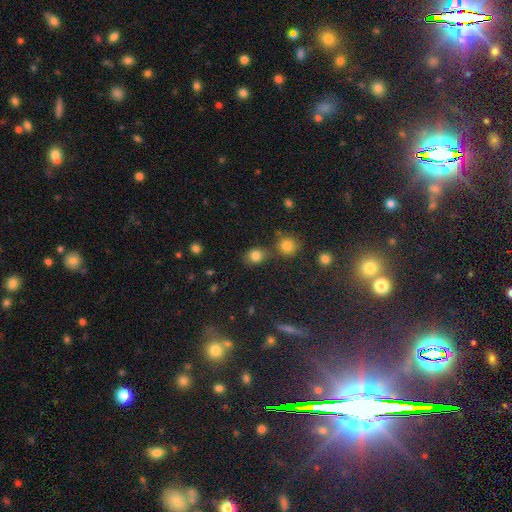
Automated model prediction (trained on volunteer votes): Smooth or featured: smooth — 81% (star or artifact — 13%)
How rounded: round — 61% (in between — 38%)
Merging: none — 64% (merger — 18%)